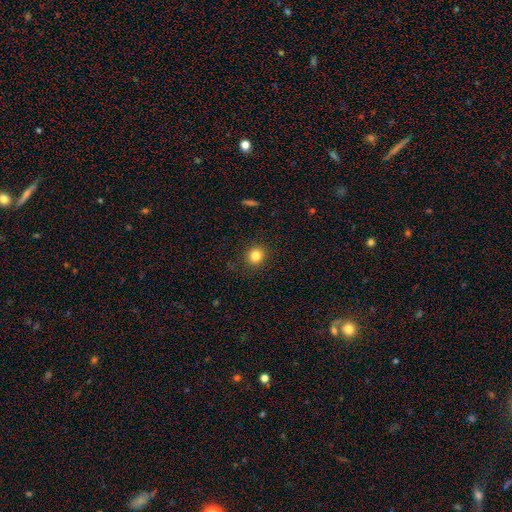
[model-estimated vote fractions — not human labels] Smooth or featured? Predicted: smooth (p=0.82). How rounded? Predicted: round (p=0.88). Merging? Predicted: none (p=0.90).